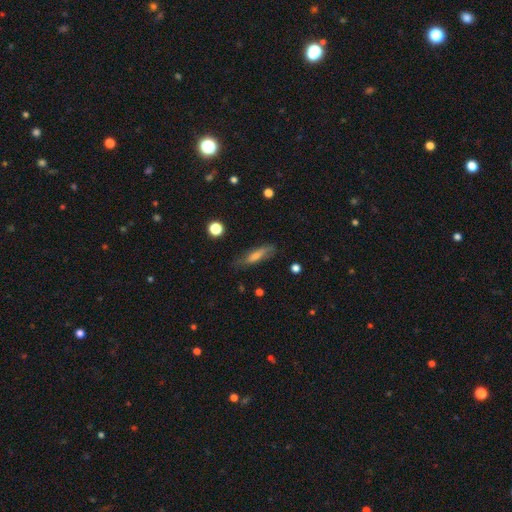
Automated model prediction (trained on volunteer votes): smooth_or_featured: smooth (p=0.53) [alt: featured or disk p=0.38]
how_rounded: cigar-shaped (p=0.69) [alt: in between p=0.28]
merging: none (p=0.75) [alt: minor disturbance p=0.18]